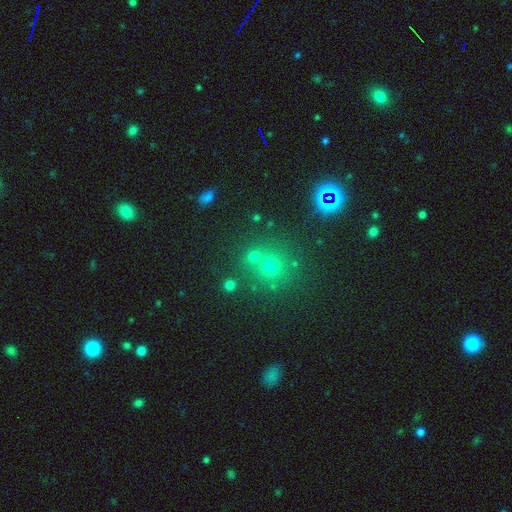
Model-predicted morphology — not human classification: A smooth galaxy with no disk features (65%) that is round (87%). Merging: none (65%).